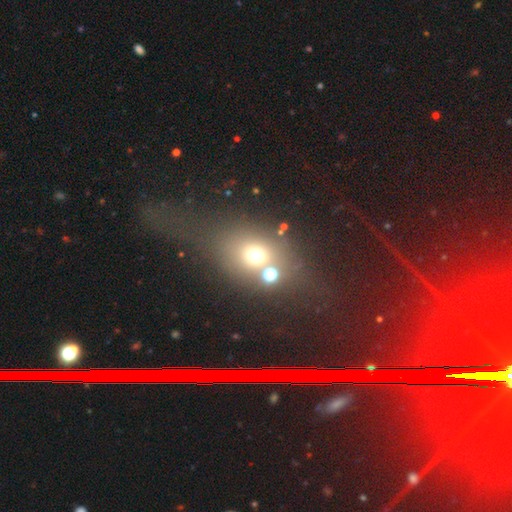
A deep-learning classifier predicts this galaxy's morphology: Smooth or featured? Predicted: smooth (p=0.61). How rounded? Predicted: round (p=0.55). Merging? Predicted: none (p=0.51).